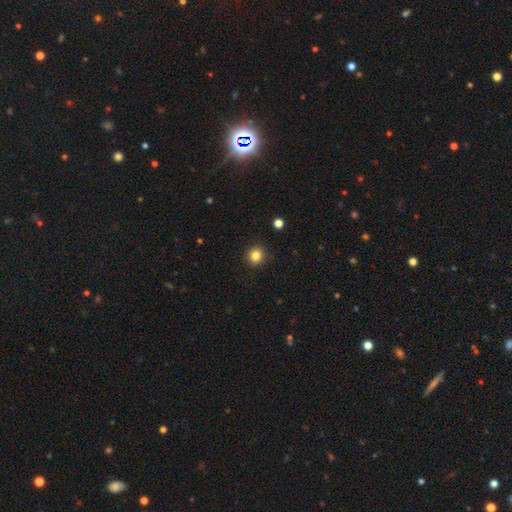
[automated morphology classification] smooth-or-featured: smooth: 84% | star or artifact: 12% | featured or disk: 5%
  how-rounded: round: 89% | in between: 10% | cigar-shaped: 1%
  merging: none: 91% | minor disturbance: 6% | major disturbance: 2% | merger: 1%